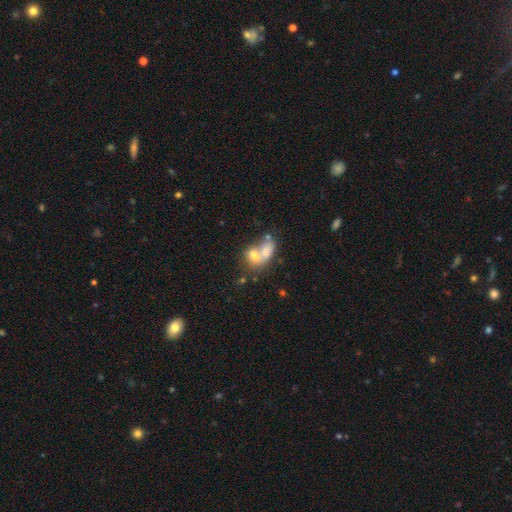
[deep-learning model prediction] Smooth or featured? Predicted: smooth (p=0.67). How rounded? Predicted: in between (p=0.78). Merging? Predicted: merger (p=0.69).